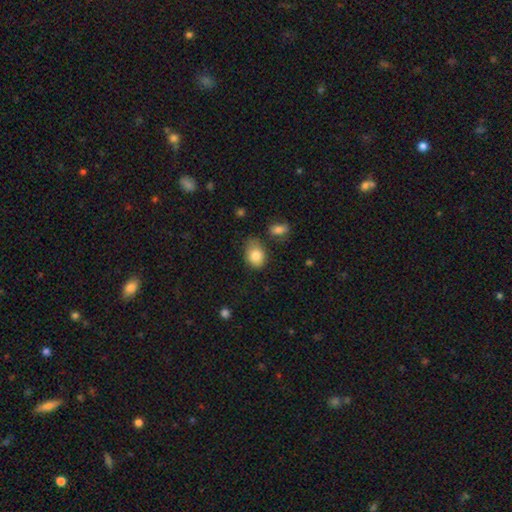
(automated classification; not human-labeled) Smooth or featured: smooth — 82% (featured or disk — 9%)
How rounded: in between — 72% (round — 26%)
Merging: none — 59% (minor disturbance — 28%)